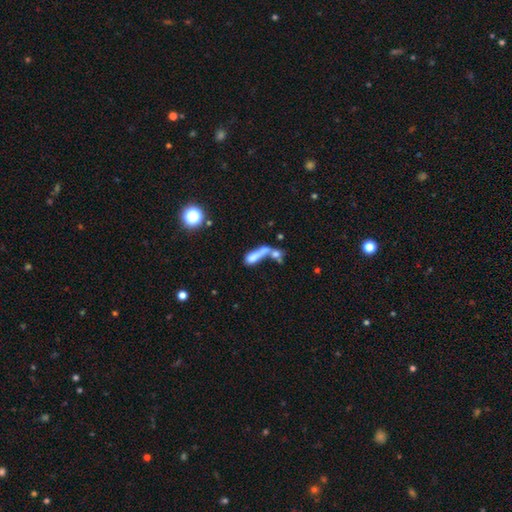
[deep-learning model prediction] Q: Smooth or featured?
A: smooth (58%); runner-up: featured or disk (28%)
Q: How rounded?
A: cigar-shaped (47%); runner-up: in between (45%)
Q: Merging?
A: merger (60%); runner-up: none (17%)